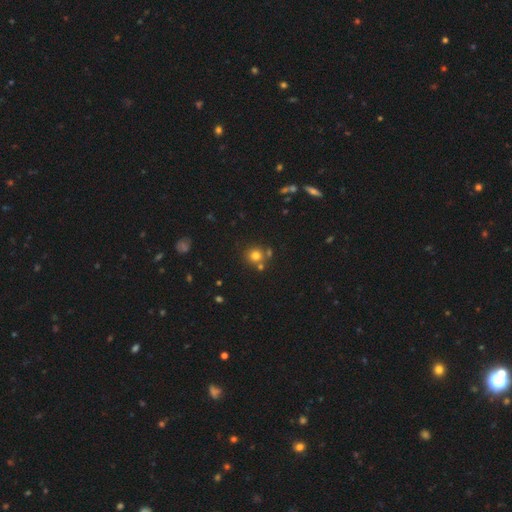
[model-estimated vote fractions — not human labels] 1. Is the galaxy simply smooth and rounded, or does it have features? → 74% smooth, 17% star or artifact, 9% featured or disk.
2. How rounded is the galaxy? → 89% round, 10% in between, 1% cigar-shaped.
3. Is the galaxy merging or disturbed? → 70% none, 18% merger, 9% minor disturbance, 3% major disturbance.